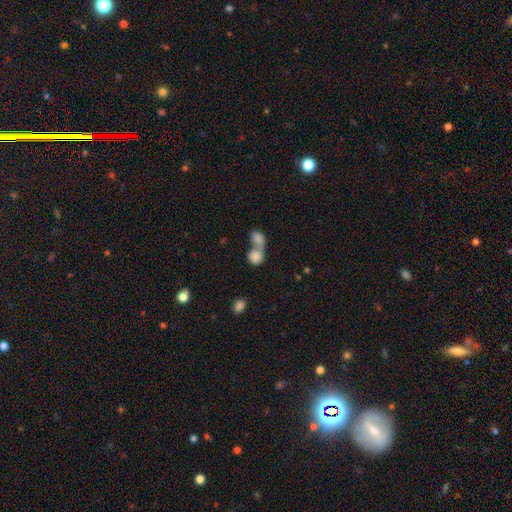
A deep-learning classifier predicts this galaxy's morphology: A smooth galaxy with no disk features (83%) that is round (64%).

Vote fractions:
- Smooth or featured? smooth: 83% / featured or disk: 9% / star or artifact: 8%
- How rounded? round: 64% / in between: 35% / cigar-shaped: 2%
- Merging? merger: 72% / none: 19% / minor disturbance: 5% / major disturbance: 3%